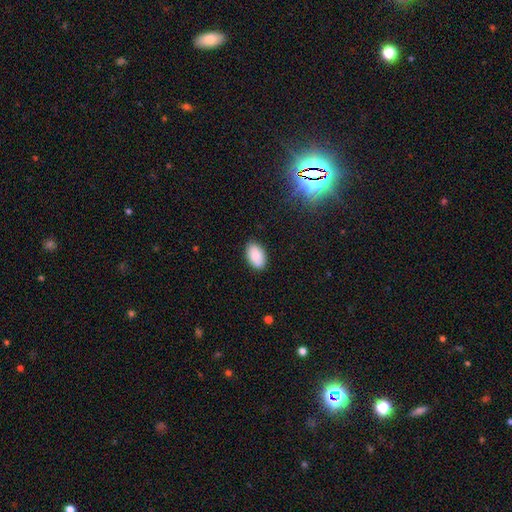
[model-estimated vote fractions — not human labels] Q: Smooth or featured?
A: smooth (84%); runner-up: featured or disk (8%)
Q: How rounded?
A: in between (93%); runner-up: round (6%)
Q: Merging?
A: none (85%); runner-up: minor disturbance (12%)